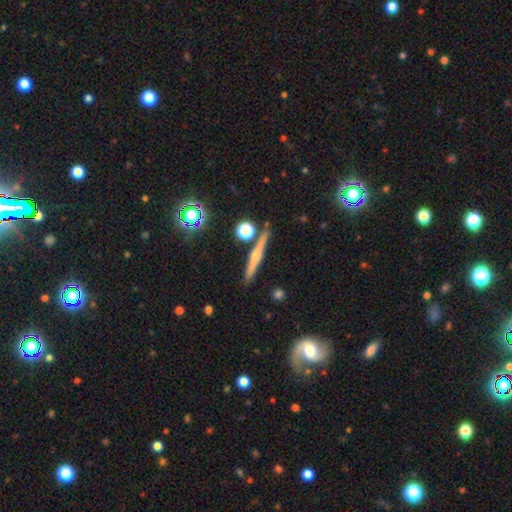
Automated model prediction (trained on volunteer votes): Overall: featured or disk (54%; smooth 35%). Edge-on disk: yes (96%). Edge-on bulge: rounded (70%). Merging: none (86%).